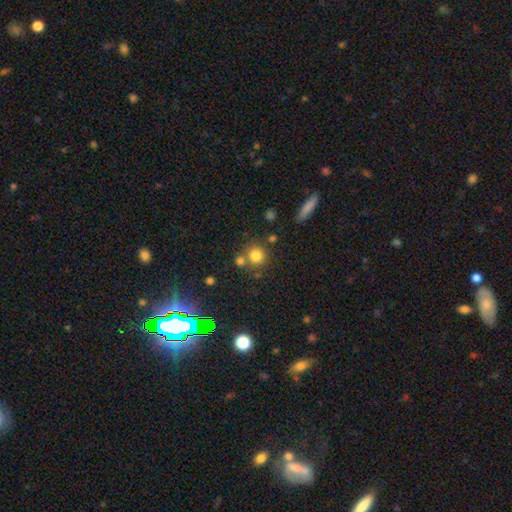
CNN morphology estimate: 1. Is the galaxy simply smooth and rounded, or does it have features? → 80% smooth, 12% star or artifact, 8% featured or disk.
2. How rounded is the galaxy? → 89% round, 9% in between, 1% cigar-shaped.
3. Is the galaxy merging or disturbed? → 66% none, 20% merger, 9% minor disturbance, 4% major disturbance.